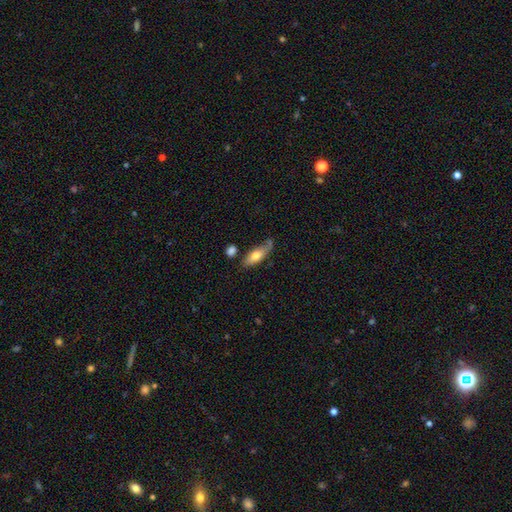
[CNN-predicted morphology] Smooth or featured? Predicted: smooth (p=0.65). How rounded? Predicted: in between (p=0.63). Merging? Predicted: none (p=0.59).